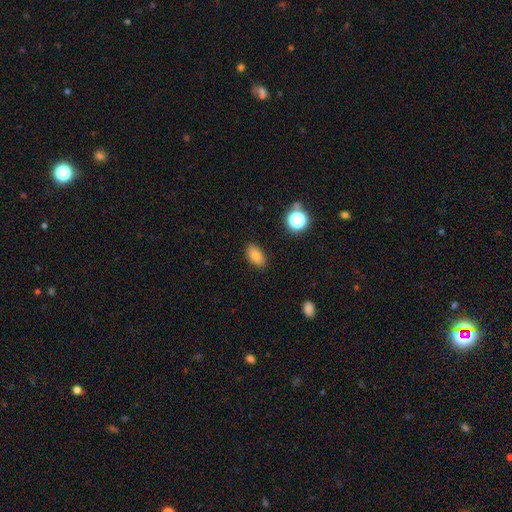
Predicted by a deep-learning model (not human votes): Smooth or featured?
  - smooth: 81% *
  - star or artifact: 11%
  - featured or disk: 8%
How rounded?
  - in between: 89% *
  - round: 8%
  - cigar-shaped: 3%
Merging?
  - none: 87% *
  - minor disturbance: 9%
  - major disturbance: 2%
  - merger: 1%